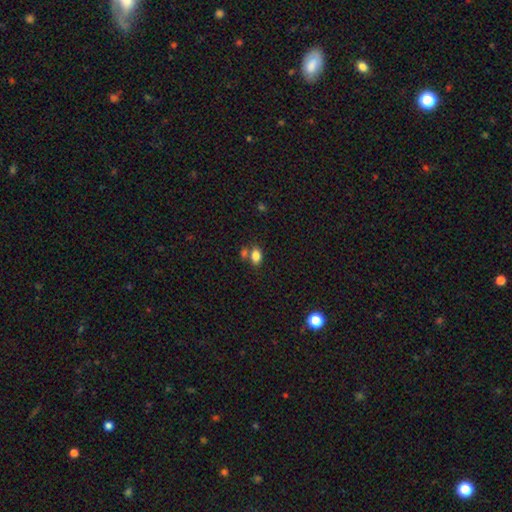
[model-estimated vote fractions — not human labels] A smooth galaxy with no disk features (82%) that is in between round and cigar-shaped (83%).

Vote fractions:
- Smooth or featured? smooth: 82% / star or artifact: 10% / featured or disk: 7%
- How rounded? in between: 83% / round: 16% / cigar-shaped: 2%
- Merging? none: 54% / merger: 30% / minor disturbance: 12% / major disturbance: 4%